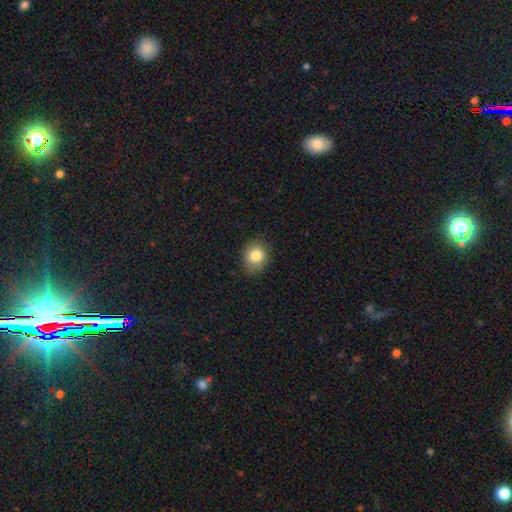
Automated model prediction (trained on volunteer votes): This appears to be a smooth galaxy with no disk features (83%) that is round (65%). Merging: none (82%).